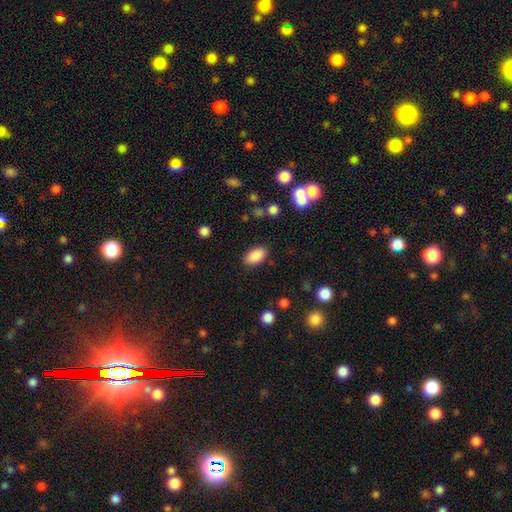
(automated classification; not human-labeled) smooth-or-featured: smooth: 88% | star or artifact: 8% | featured or disk: 4%
  how-rounded: in between: 93% | round: 5% | cigar-shaped: 2%
  merging: none: 86% | minor disturbance: 9% | major disturbance: 3% | merger: 2%